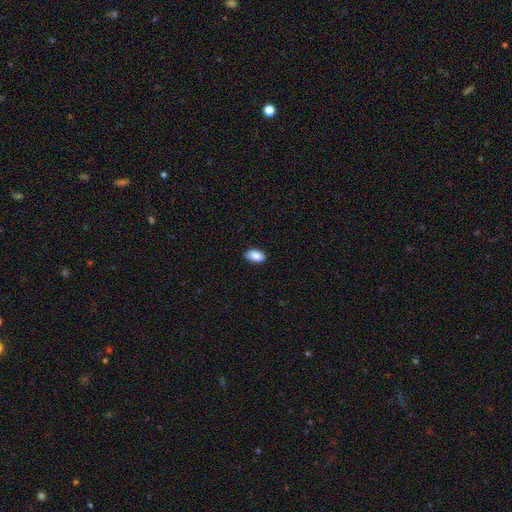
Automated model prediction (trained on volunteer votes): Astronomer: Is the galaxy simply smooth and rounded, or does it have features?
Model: smooth — 88%.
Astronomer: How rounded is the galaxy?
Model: in between — 93%.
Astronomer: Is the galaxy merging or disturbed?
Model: none — 87%.